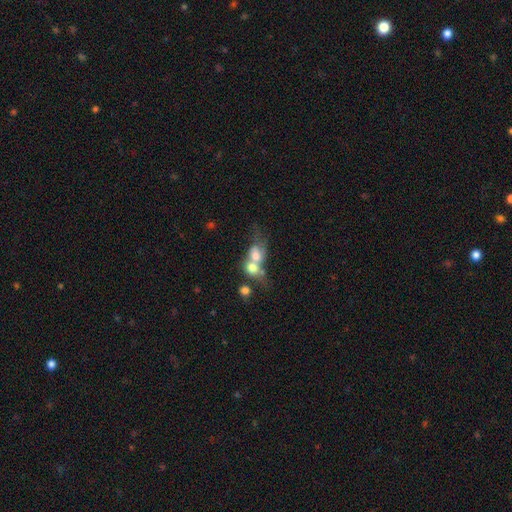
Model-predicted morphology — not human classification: This is likely a smooth galaxy (63%). How rounded: possibly round (51%). Merging: likely merger (75%).